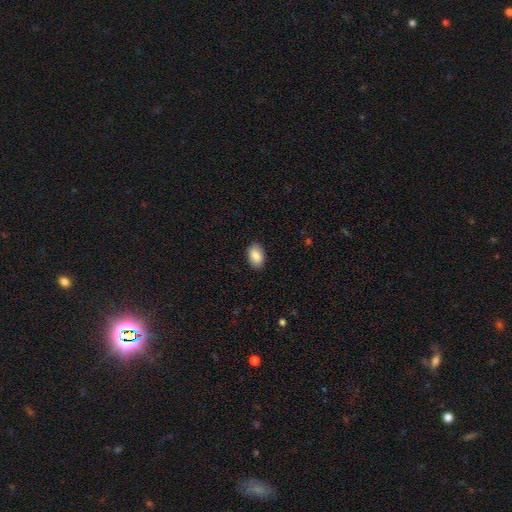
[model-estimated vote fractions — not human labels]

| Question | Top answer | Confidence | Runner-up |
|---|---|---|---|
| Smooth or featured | smooth | 88% | star or artifact (7%) |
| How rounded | in between | 90% | round (9%) |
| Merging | none | 88% | minor disturbance (9%) |